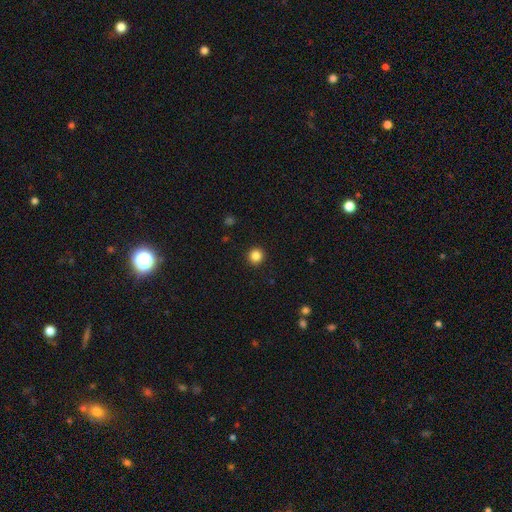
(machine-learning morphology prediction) A smooth galaxy with no disk features (86%) that is round (95%). Merging: none (93%).